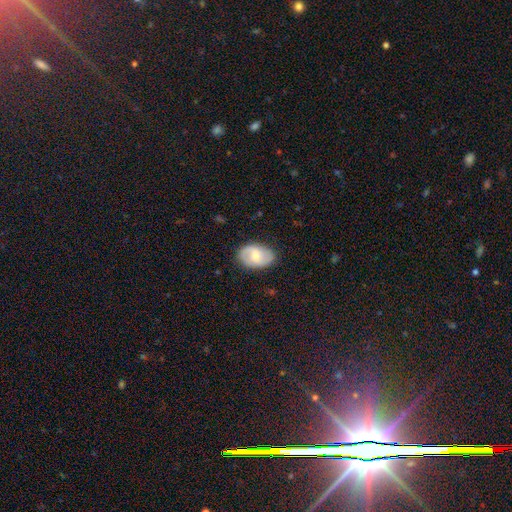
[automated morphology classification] type=smooth (50%); merging=none (82%).